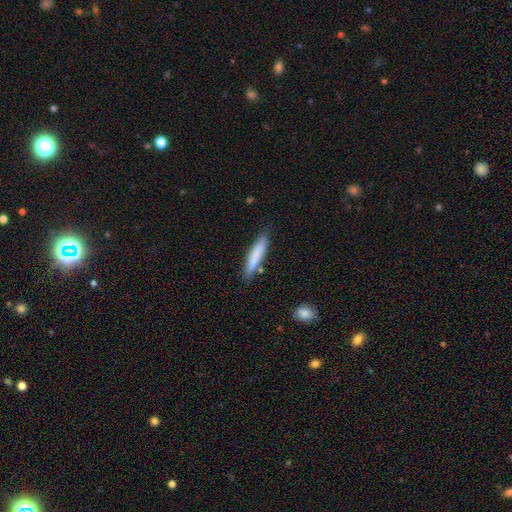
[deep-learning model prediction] Smooth or featured? Predicted: smooth (p=0.79). How rounded? Predicted: cigar-shaped (p=0.88). Merging? Predicted: none (p=0.81).